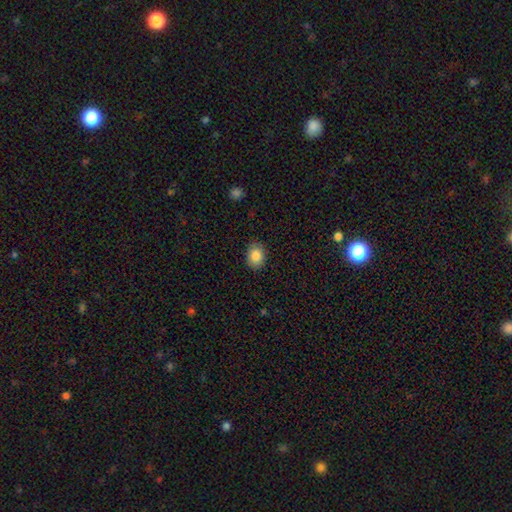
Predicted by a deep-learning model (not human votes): Q: Smooth or featured?
A: smooth (86%); runner-up: star or artifact (8%)
Q: How rounded?
A: in between (60%); runner-up: round (39%)
Q: Merging?
A: none (85%); runner-up: minor disturbance (11%)